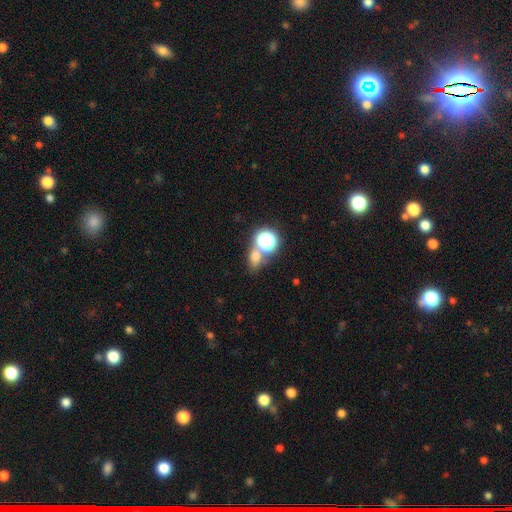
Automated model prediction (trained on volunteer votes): Smooth or featured? smooth (61%)
How rounded? round (51%)
Merging? none (55%)